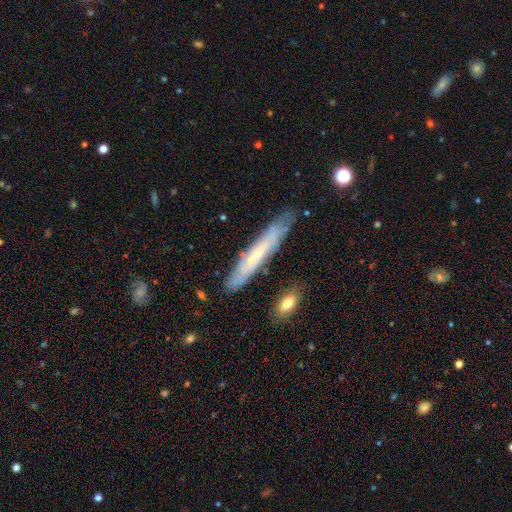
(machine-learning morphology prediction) A featured or disk galaxy (57%) viewed edge-on (65%). Merging: none (78%).